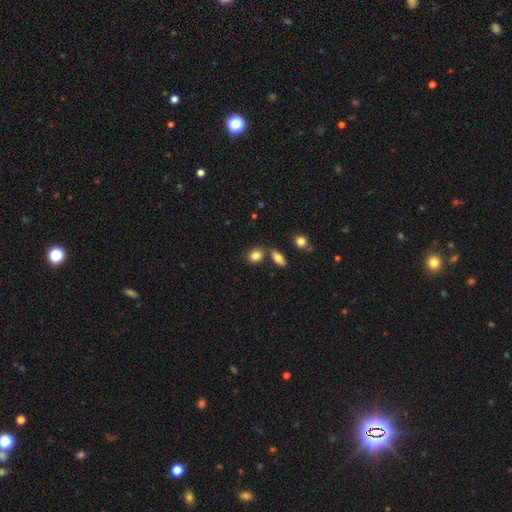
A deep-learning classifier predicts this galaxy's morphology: Overall: smooth (84%). How rounded: in between (58%; round 40%). Merging: none (66%).